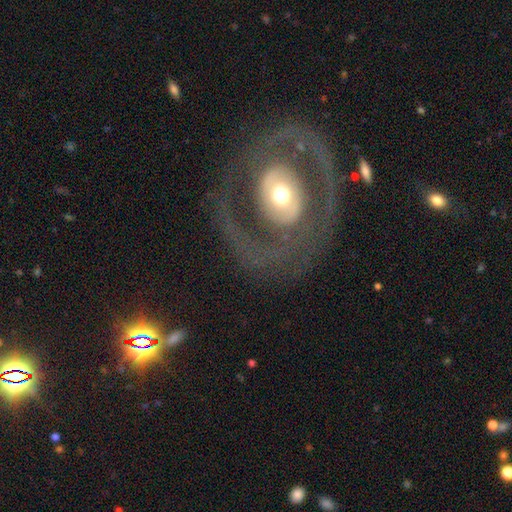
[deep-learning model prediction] Smooth or featured?
  - featured or disk: 76% *
  - smooth: 17%
  - star or artifact: 6%
Edge-on disk?
  - no: 95% *
  - yes: 5%
Bar?
  - no: 63% *
  - weak: 22%
  - strong: 15%
Spiral arms?
  - yes: 51% *
  - no: 49%
Bulge size?
  - moderate: 63% *
  - large: 18%
  - small: 15%
  - dominant: 2%
  - none: 1%
Merging?
  - none: 77% *
  - major disturbance: 11%
  - minor disturbance: 10%
  - merger: 2%